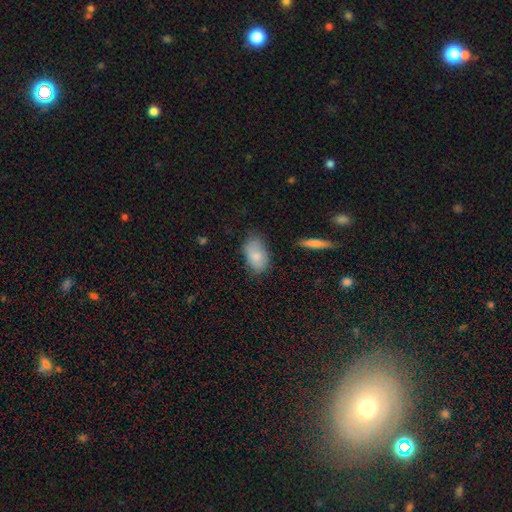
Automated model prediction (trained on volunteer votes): A smooth galaxy with no disk features (81%) that is in between round and cigar-shaped (92%).

Vote fractions:
- Smooth or featured? smooth: 81% / featured or disk: 12% / star or artifact: 7%
- How rounded? in between: 92% / round: 6% / cigar-shaped: 2%
- Merging? none: 68% / minor disturbance: 24% / major disturbance: 6% / merger: 3%